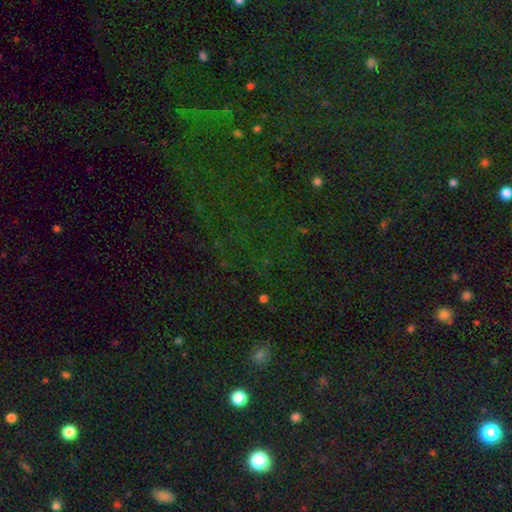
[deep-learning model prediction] Smooth or featured? Predicted: star or artifact (p=0.75).